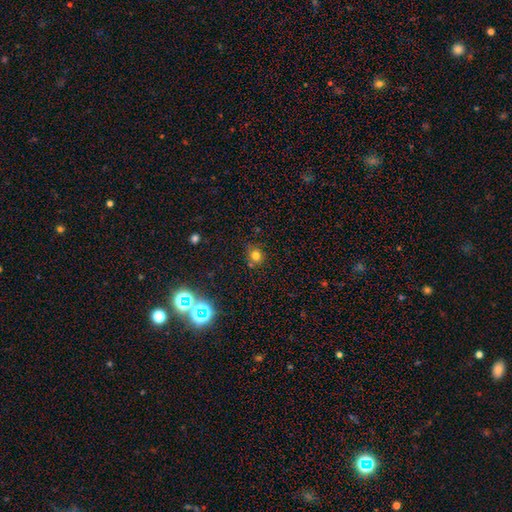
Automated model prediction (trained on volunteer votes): This appears to be a smooth galaxy with no disk features (75%) that is round (73%). Merging: none (72%).